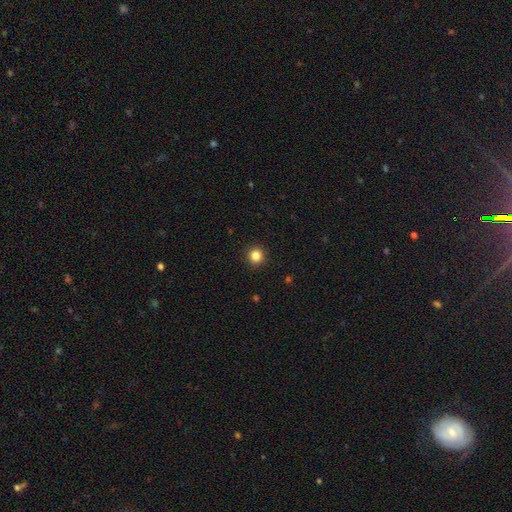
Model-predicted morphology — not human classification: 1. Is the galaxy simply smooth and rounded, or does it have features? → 85% smooth, 11% star or artifact, 4% featured or disk.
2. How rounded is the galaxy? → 93% round, 6% in between, 1% cigar-shaped.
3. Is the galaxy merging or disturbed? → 93% none, 4% minor disturbance, 2% major disturbance, 1% merger.